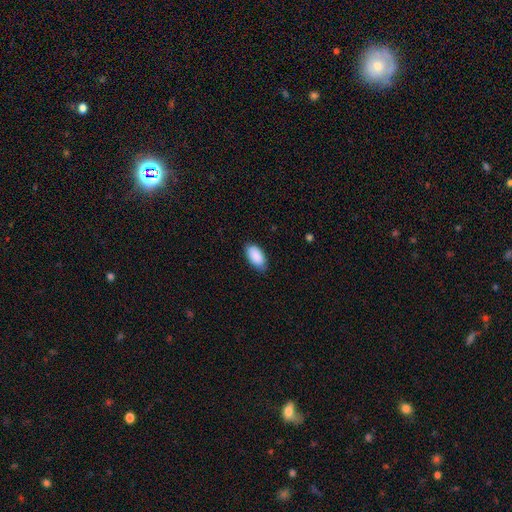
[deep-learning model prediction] Q: Smooth or featured?
A: smooth (90%); runner-up: star or artifact (6%)
Q: How rounded?
A: in between (95%); runner-up: round (2%)
Q: Merging?
A: none (82%); runner-up: minor disturbance (14%)